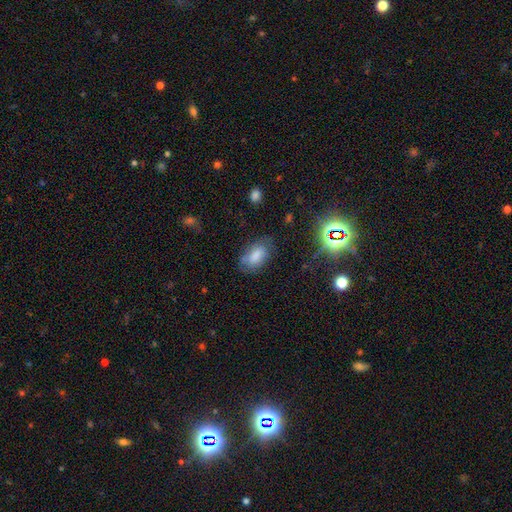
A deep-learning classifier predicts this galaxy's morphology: smooth 75%, featured or disk 14%, star or artifact 11%. Down the decision tree: how rounded — in between (92%); merging — none (64%).